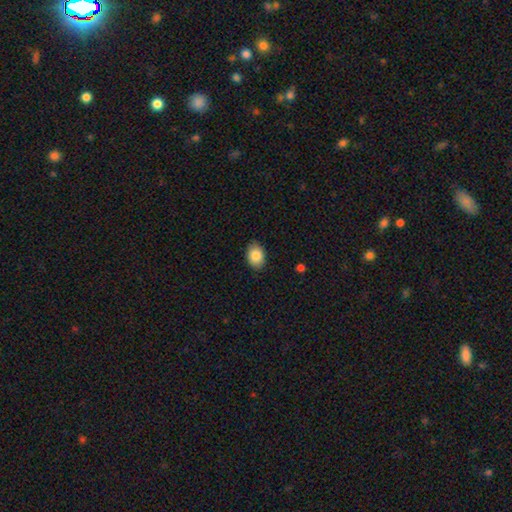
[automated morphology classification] type=smooth (86%); roundness=in between (75%); merging=none (87%).